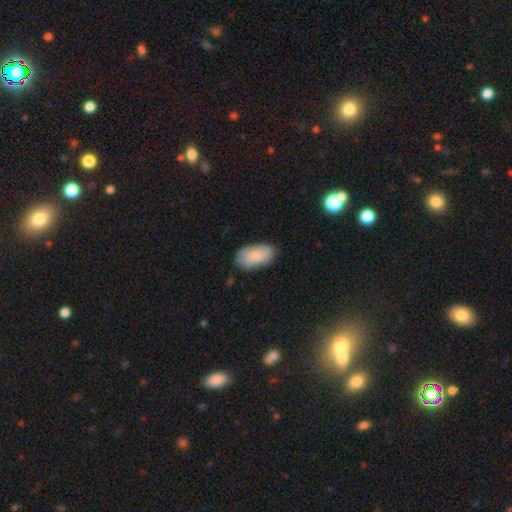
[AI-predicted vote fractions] Smooth or featured?
  - smooth: 81% *
  - featured or disk: 13%
  - star or artifact: 6%
How rounded?
  - in between: 94% *
  - round: 4%
  - cigar-shaped: 2%
Merging?
  - none: 74% *
  - minor disturbance: 20%
  - major disturbance: 4%
  - merger: 2%